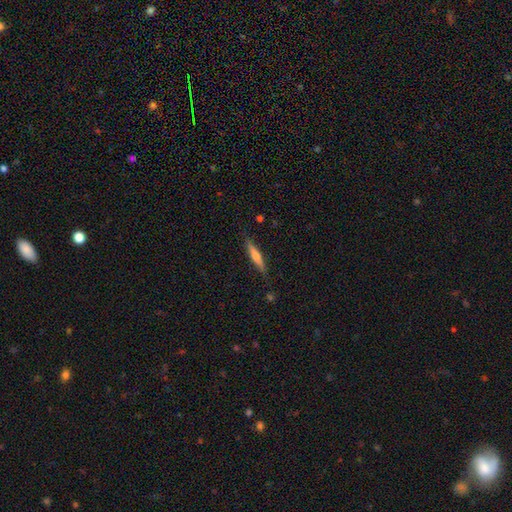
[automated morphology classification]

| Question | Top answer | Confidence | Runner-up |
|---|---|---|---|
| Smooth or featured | smooth | 49% | featured or disk (45%) |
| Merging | none | 86% | minor disturbance (11%) |